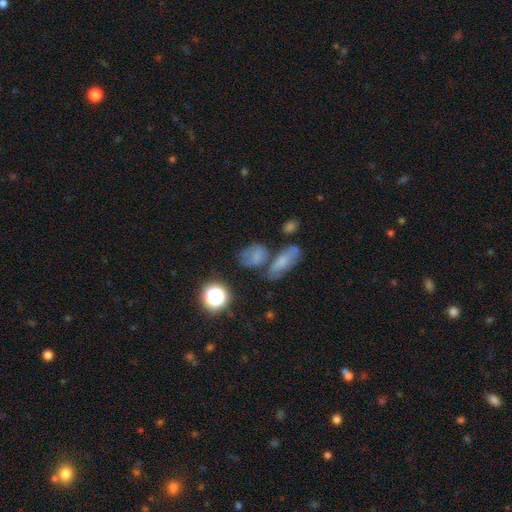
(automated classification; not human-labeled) Smooth or featured: smooth — 68% (featured or disk — 16%)
How rounded: in between — 63% (round — 33%)
Merging: none — 46% (merger — 23%)